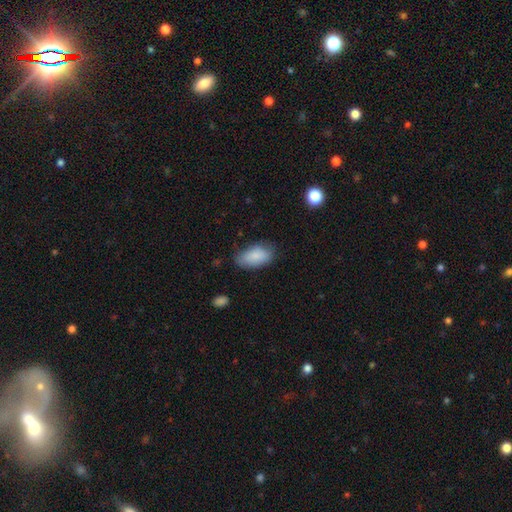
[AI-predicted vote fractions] The model was most divided on "merging": none: 69%, minor disturbance: 24%, major disturbance: 6%, merger: 2%. More confident: how rounded — in between (94%); smooth or featured — smooth (87%).